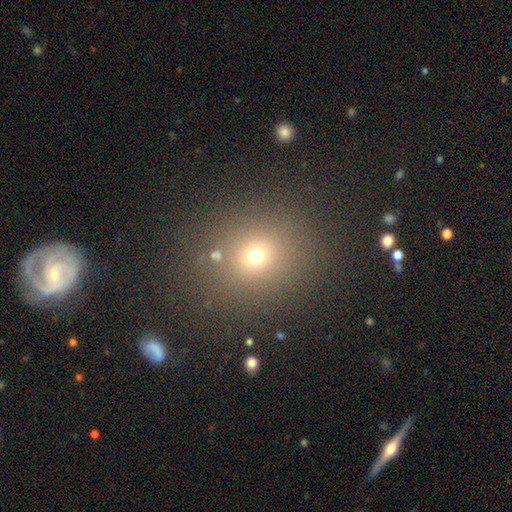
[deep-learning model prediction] A smooth galaxy with no disk features (66%) that is round (76%).

Vote fractions:
- Smooth or featured? smooth: 66% / star or artifact: 24% / featured or disk: 10%
- How rounded? round: 76% / in between: 22% / cigar-shaped: 1%
- Merging? none: 83% / minor disturbance: 9% / major disturbance: 4% / merger: 4%